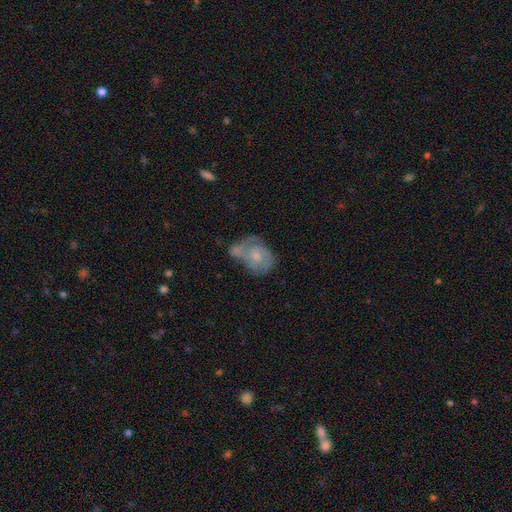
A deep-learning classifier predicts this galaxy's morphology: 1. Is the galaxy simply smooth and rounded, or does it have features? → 63% featured or disk, 29% smooth, 8% star or artifact.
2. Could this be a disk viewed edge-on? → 97% no, 3% yes.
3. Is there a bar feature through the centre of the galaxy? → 73% no, 24% weak, 3% strong.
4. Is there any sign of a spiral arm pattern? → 73% yes, 27% no.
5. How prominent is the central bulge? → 46% moderate, 38% small, 9% none, 5% large, 1% dominant.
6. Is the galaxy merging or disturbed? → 30% none, 27% merger, 23% minor disturbance, 20% major disturbance.